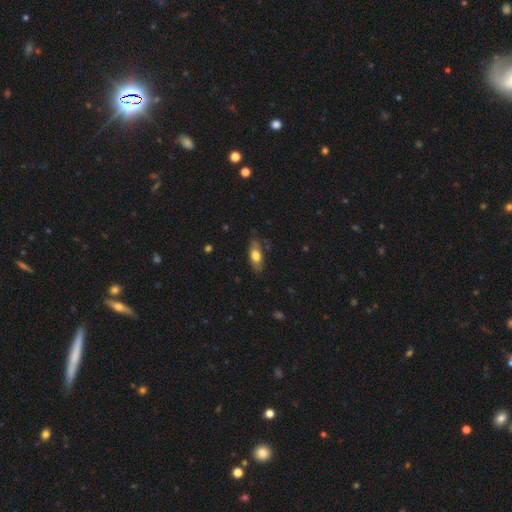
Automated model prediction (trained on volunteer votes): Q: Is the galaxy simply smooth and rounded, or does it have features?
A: smooth — 65%.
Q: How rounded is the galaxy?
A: in between — 78%.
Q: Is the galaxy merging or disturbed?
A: none — 73%.